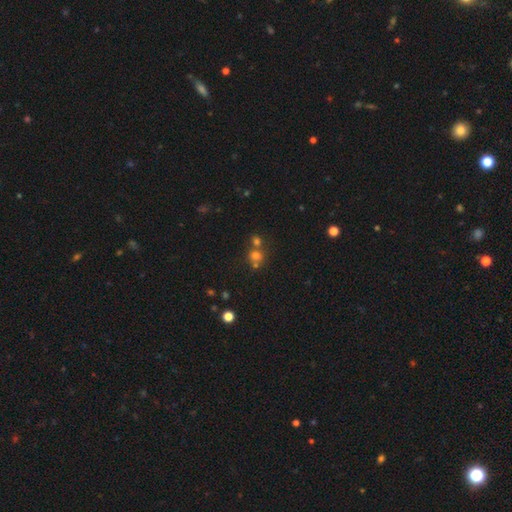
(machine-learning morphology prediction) smooth-or-featured: smooth: 61% | star or artifact: 26% | featured or disk: 12%
  how-rounded: round: 82% | in between: 16% | cigar-shaped: 1%
  merging: none: 49% | merger: 40% | minor disturbance: 8% | major disturbance: 4%